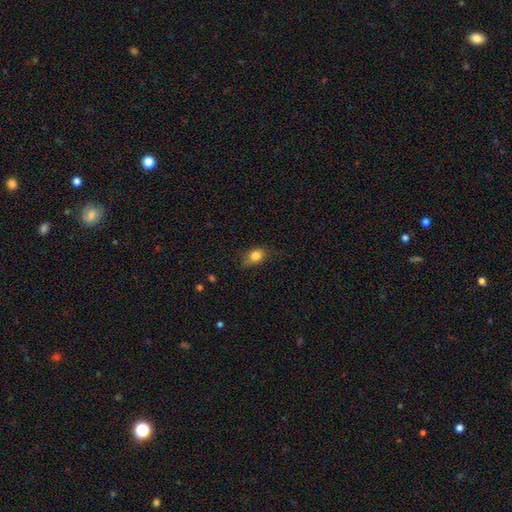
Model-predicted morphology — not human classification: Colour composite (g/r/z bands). It shows a smooth galaxy with no disk features (82%) that is in between round and cigar-shaped (64%). Merging: none (68%).